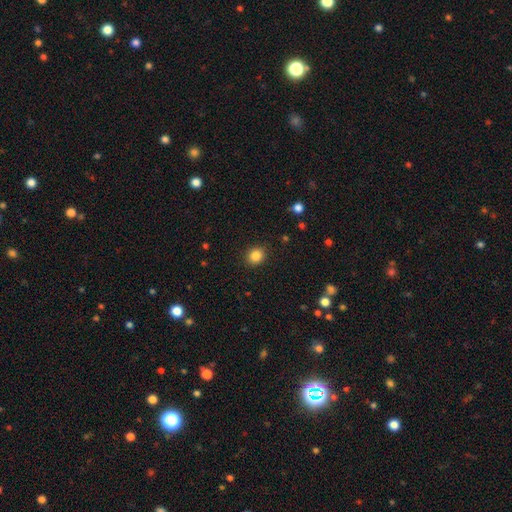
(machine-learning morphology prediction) This appears to be a smooth galaxy with no disk features (85%) that is round (75%). Merging: none (89%).